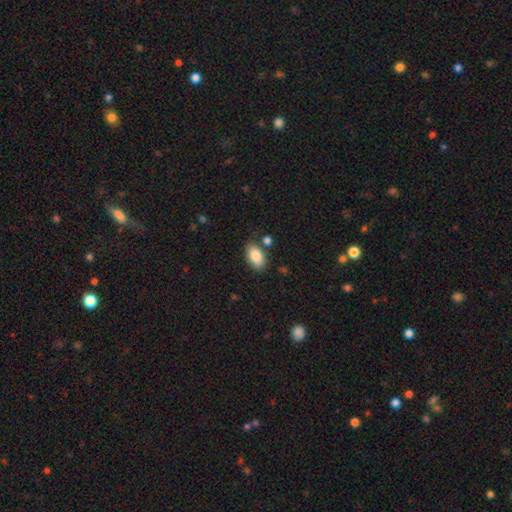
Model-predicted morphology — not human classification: This appears to be a smooth galaxy with no disk features (87%) that is in between round and cigar-shaped (92%). Merging: none (77%).